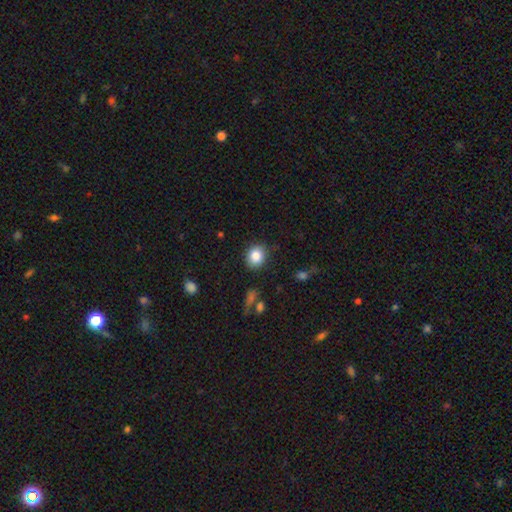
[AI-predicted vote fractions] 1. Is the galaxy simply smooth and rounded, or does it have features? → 85% smooth, 9% star or artifact, 6% featured or disk.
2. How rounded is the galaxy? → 66% round, 33% in between, 1% cigar-shaped.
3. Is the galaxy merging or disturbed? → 84% none, 11% minor disturbance, 3% major disturbance, 2% merger.